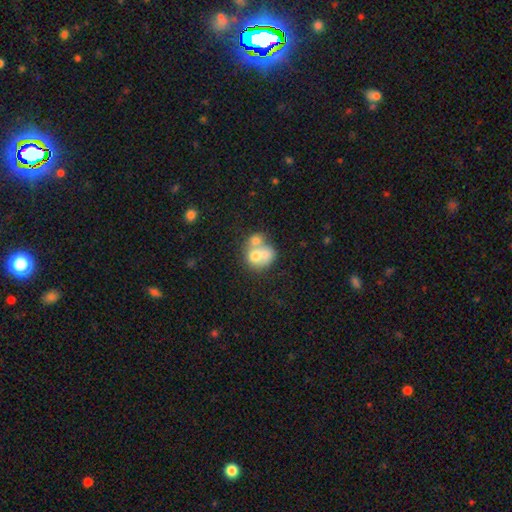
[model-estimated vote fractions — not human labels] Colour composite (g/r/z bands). It shows a smooth galaxy with no disk features (62%) that is round (63%). Merging: merger (69%).